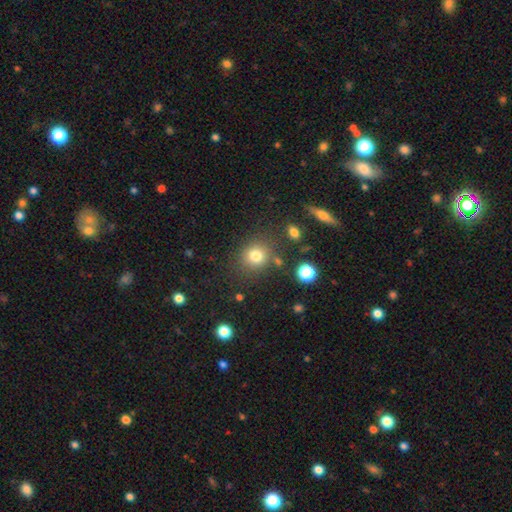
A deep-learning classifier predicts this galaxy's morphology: The model was most divided on "smooth or featured": smooth: 78%, star or artifact: 15%, featured or disk: 7%. More confident: how rounded — round (82%); merging — none (79%).